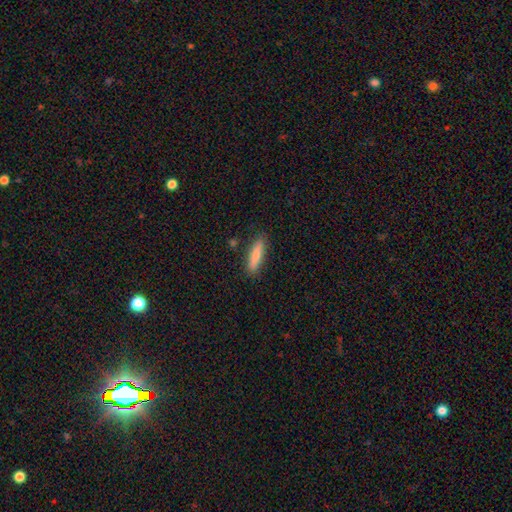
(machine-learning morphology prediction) Smooth or featured? Predicted: smooth (p=0.73). How rounded? Predicted: cigar-shaped (p=0.76). Merging? Predicted: none (p=0.87).